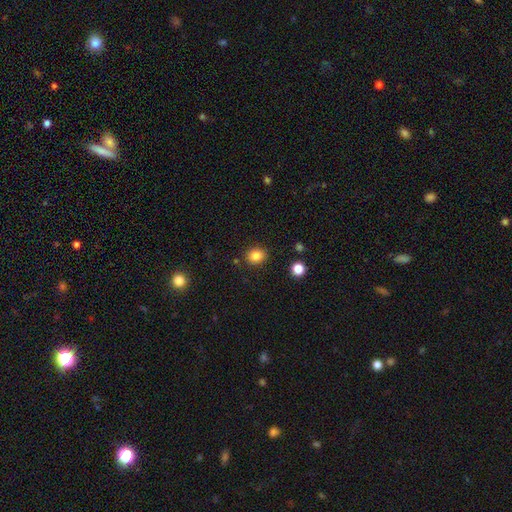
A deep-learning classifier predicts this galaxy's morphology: Smooth or featured? smooth (84%)
How rounded? round (65%)
Merging? none (87%)